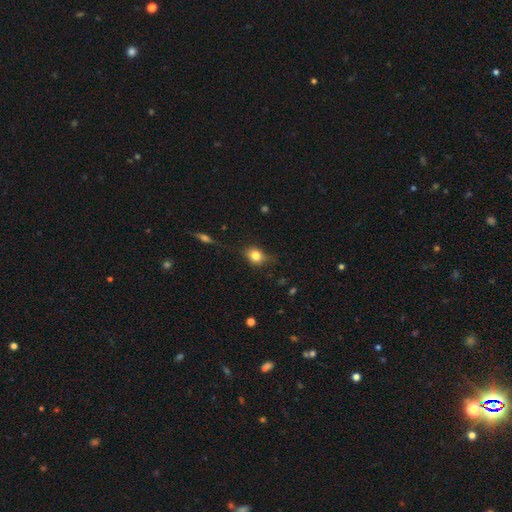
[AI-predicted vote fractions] This appears to be a smooth galaxy with no disk features (79%) that is round (51%). Merging: none (70%).